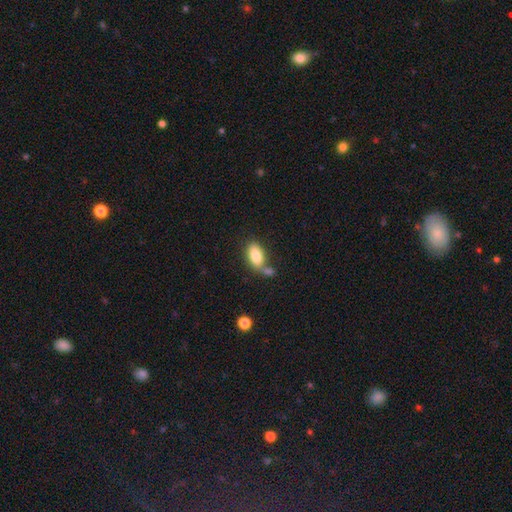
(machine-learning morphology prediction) Overall: smooth (82%). How rounded: in between (92%). Merging: none (51%; merger 28%).